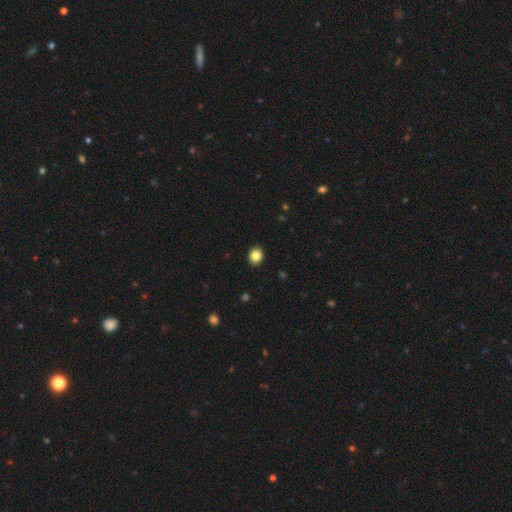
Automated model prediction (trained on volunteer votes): The model was most divided on "how rounded": round: 67%, in between: 32%, cigar-shaped: 1%. More confident: merging — none (92%); smooth or featured — smooth (85%).